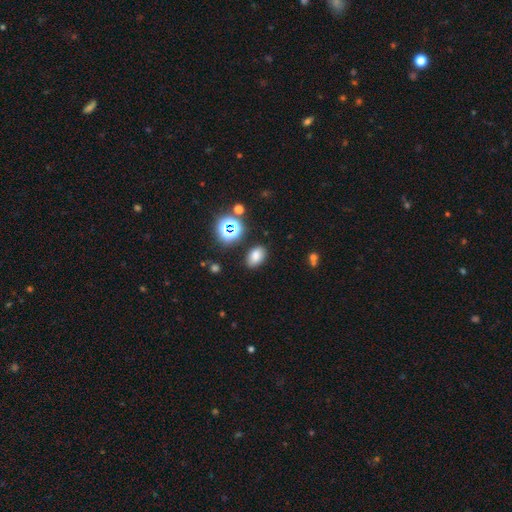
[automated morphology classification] Smooth or featured? smooth (77%)
How rounded? in between (85%)
Merging? none (83%)